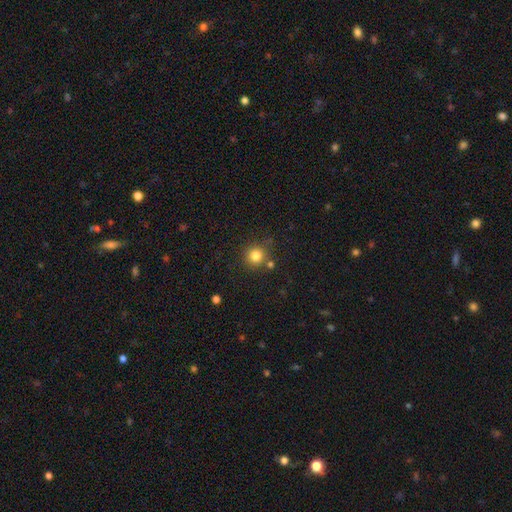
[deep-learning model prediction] A smooth galaxy with no disk features (81%) that is round (93%).

Vote fractions:
- Smooth or featured? smooth: 81% / star or artifact: 13% / featured or disk: 6%
- How rounded? round: 93% / in between: 6% / cigar-shaped: 1%
- Merging? none: 79% / minor disturbance: 9% / merger: 8% / major disturbance: 3%